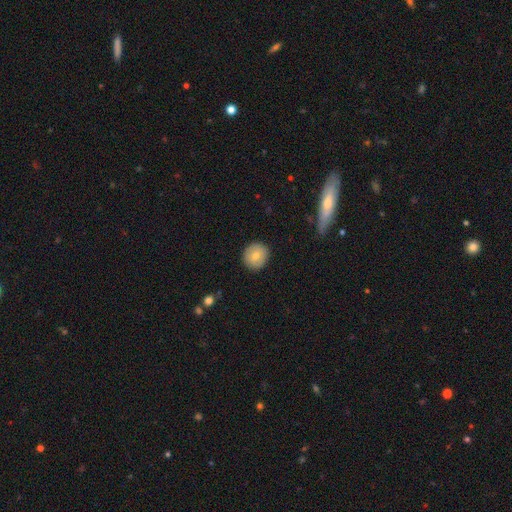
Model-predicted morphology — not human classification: This is likely a smooth galaxy (72%). How rounded: clearly round (92%). Merging: clearly none (90%).